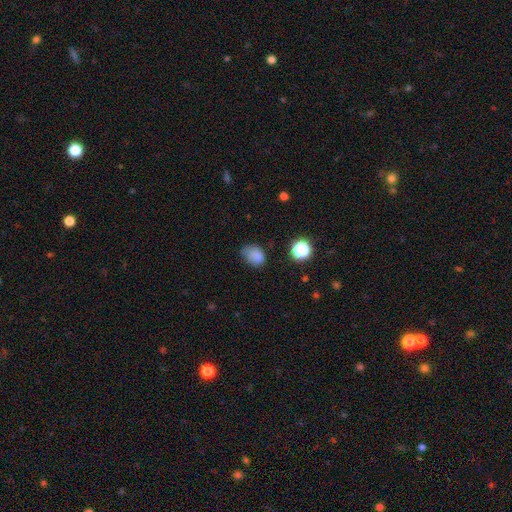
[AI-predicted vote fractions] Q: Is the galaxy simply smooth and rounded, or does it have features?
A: smooth — 80%.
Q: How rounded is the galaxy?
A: in between — 67%.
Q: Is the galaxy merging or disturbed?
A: none — 56%.